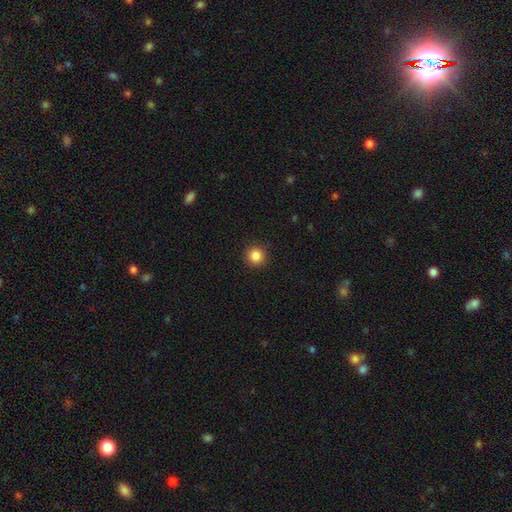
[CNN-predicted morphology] This appears to be a smooth galaxy with no disk features (86%) that is round (95%). Merging: none (93%).